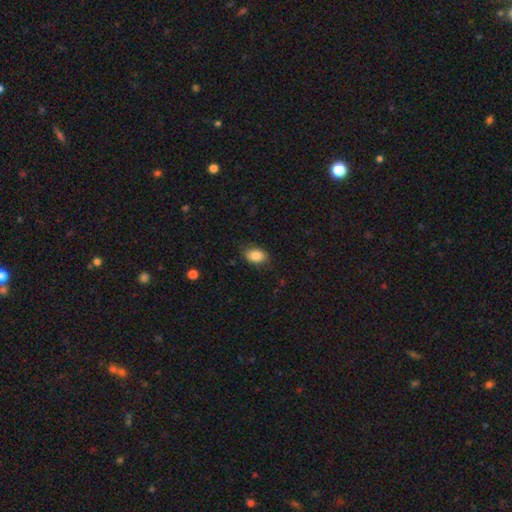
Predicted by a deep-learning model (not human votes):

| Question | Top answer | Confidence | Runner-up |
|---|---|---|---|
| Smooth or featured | smooth | 85% | star or artifact (8%) |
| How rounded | in between | 86% | round (13%) |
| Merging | none | 81% | minor disturbance (15%) |